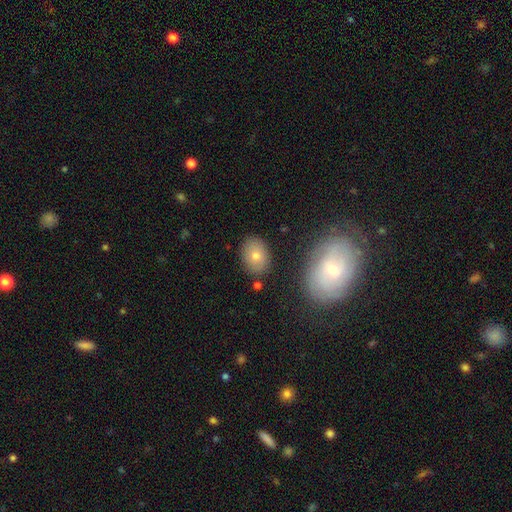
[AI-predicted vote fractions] This appears to be a smooth galaxy with no disk features (74%) that is in between round and cigar-shaped (70%). Merging: none (83%).